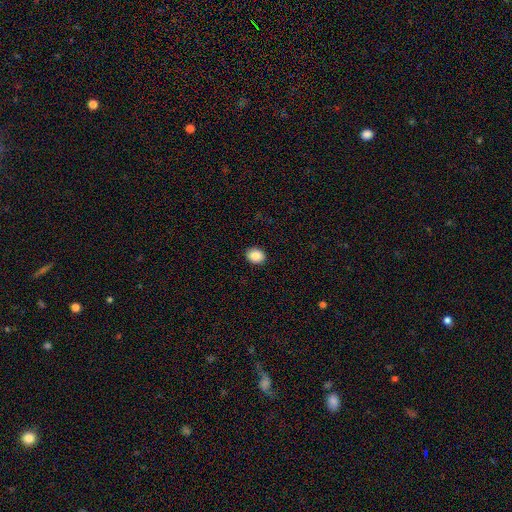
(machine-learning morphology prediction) Smooth or featured?
  - smooth: 88% *
  - star or artifact: 8%
  - featured or disk: 4%
How rounded?
  - round: 50% *
  - in between: 49%
  - cigar-shaped: 1%
Merging?
  - none: 91% *
  - minor disturbance: 6%
  - major disturbance: 2%
  - merger: 1%